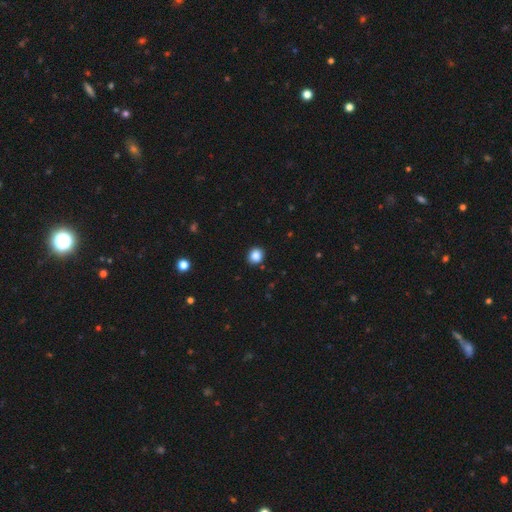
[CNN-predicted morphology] smooth 86%, star or artifact 11%, featured or disk 4%. Down the decision tree: how rounded — round (82%); merging — none (90%).